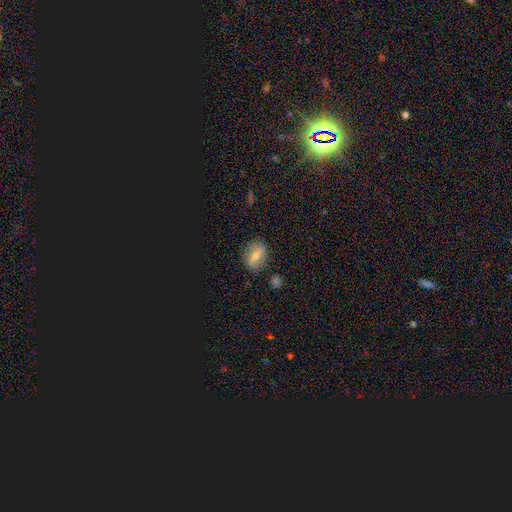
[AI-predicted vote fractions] Smooth or featured: smooth — 44% (featured or disk — 39%)
Merging: none — 82% (minor disturbance — 12%)